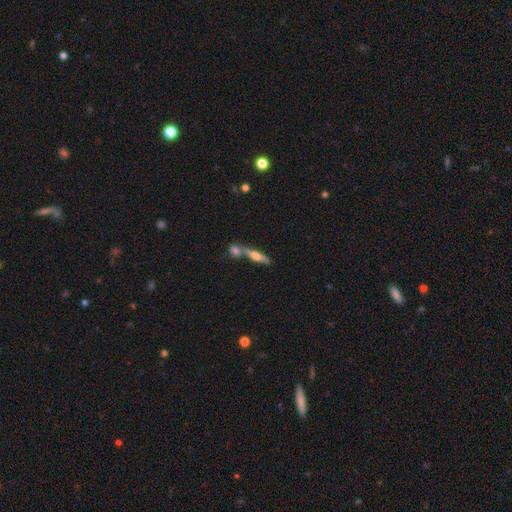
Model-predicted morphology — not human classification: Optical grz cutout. It shows a featured or disk galaxy (52%) viewed edge-on (91%). Merging: none (53%).